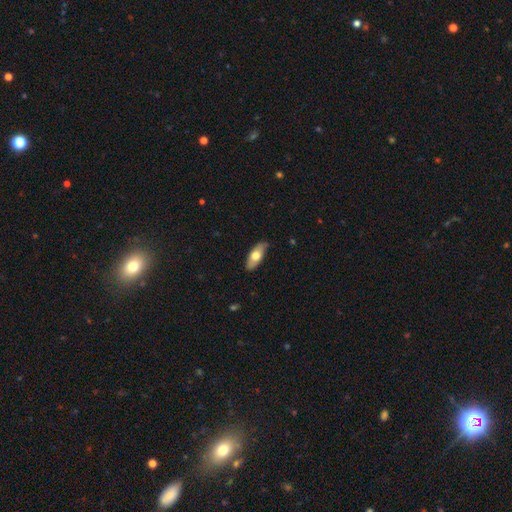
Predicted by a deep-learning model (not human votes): A smooth galaxy with no disk features (61%) that is in between round and cigar-shaped (77%).

Vote fractions:
- Smooth or featured? smooth: 61% / featured or disk: 34% / star or artifact: 5%
- How rounded? in between: 77% / cigar-shaped: 20% / round: 3%
- Merging? none: 82% / minor disturbance: 14% / major disturbance: 2% / merger: 1%